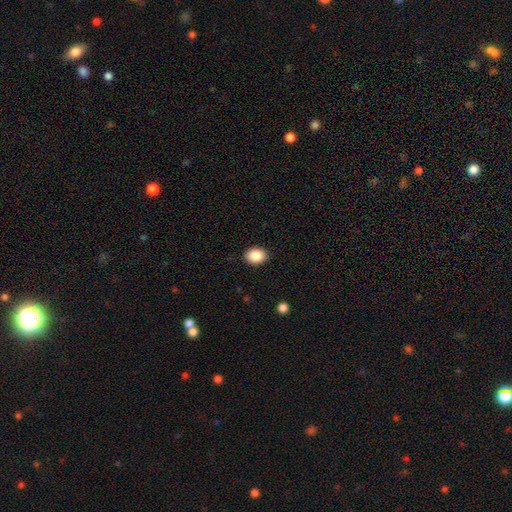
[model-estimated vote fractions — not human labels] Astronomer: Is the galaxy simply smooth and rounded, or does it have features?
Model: smooth — 88%.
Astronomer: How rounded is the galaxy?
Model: in between — 56% (runner-up: round, 43%).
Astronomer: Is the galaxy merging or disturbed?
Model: none — 90%.